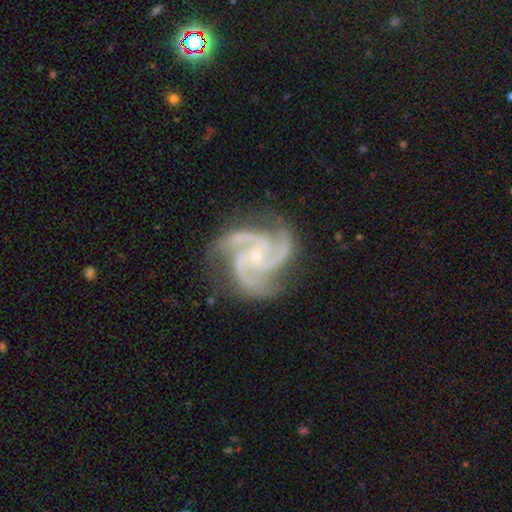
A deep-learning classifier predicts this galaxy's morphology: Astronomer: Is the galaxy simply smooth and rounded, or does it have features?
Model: featured or disk — 94%.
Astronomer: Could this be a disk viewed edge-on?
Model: no — 99%.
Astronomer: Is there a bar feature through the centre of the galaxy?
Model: no — 74%.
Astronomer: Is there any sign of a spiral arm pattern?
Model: yes — 99%.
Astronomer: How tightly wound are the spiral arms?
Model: medium — 52% (runner-up: tight, 43%).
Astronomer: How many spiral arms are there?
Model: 3 — 73%.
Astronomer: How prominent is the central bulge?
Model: small — 80%.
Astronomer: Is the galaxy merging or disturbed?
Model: none — 77%.